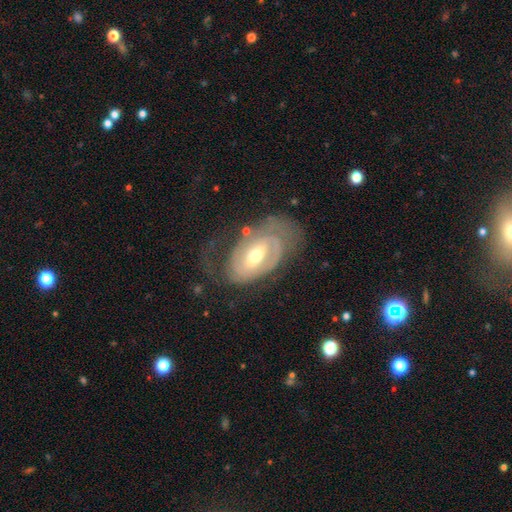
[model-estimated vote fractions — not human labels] Q: Smooth or featured?
A: featured or disk (83%); runner-up: smooth (12%)
Q: Edge-on disk?
A: no (95%); runner-up: yes (5%)
Q: Bar?
A: weak (47%); runner-up: strong (29%)
Q: Spiral arms?
A: yes (88%); runner-up: no (12%)
Q: Spiral winding?
A: tight (58%); runner-up: medium (30%)
Q: Spiral arm count?
A: 2 (53%); runner-up: can't tell (24%)
Q: Bulge size?
A: moderate (53%); runner-up: small (42%)
Q: Merging?
A: none (53%); runner-up: major disturbance (23%)